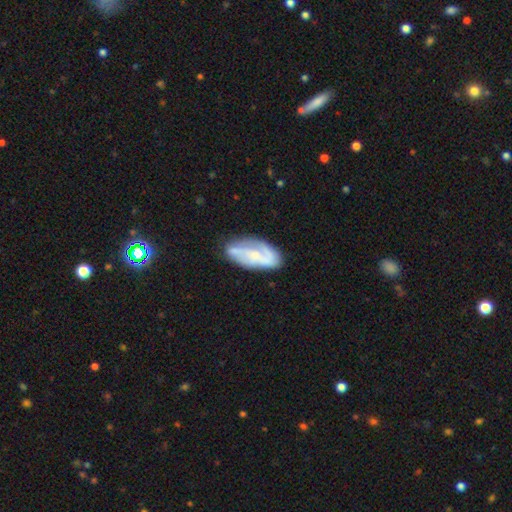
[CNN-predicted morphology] smooth_or_featured: featured or disk (p=0.65) [alt: smooth p=0.29]
disk_edge_on: no (p=0.93) [alt: yes p=0.07]
bar: no (p=0.57) [alt: weak p=0.31]
has_spiral_arms: yes (p=0.82) [alt: no p=0.18]
bulge_size: small (p=0.58) [alt: moderate p=0.22]
merging: none (p=0.65) [alt: minor disturbance p=0.23]